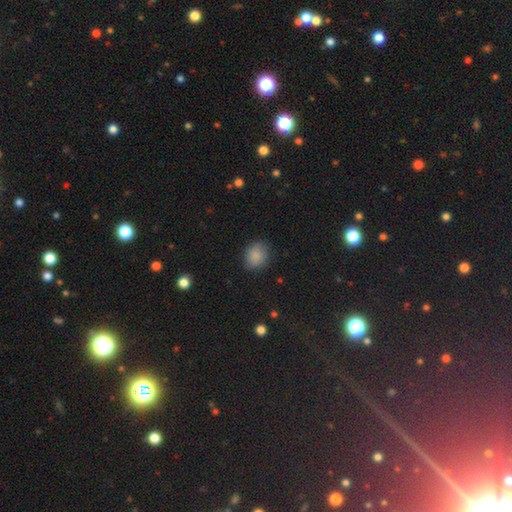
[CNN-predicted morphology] A smooth galaxy with no disk features (86%) that is round (63%). Merging: none (79%).